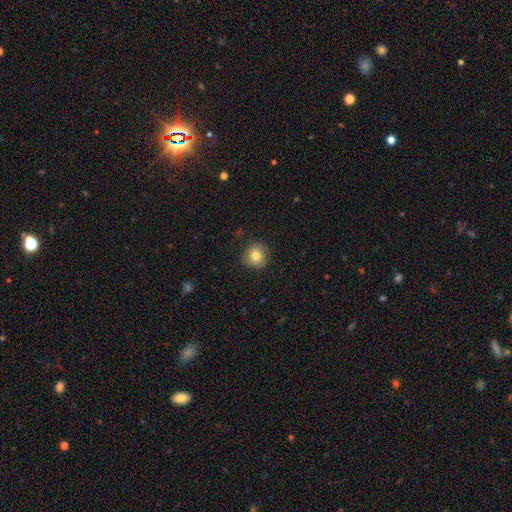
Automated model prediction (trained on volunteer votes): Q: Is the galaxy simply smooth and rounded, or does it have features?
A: smooth — 81%.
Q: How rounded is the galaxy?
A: round — 90%.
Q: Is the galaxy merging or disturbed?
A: none — 87%.